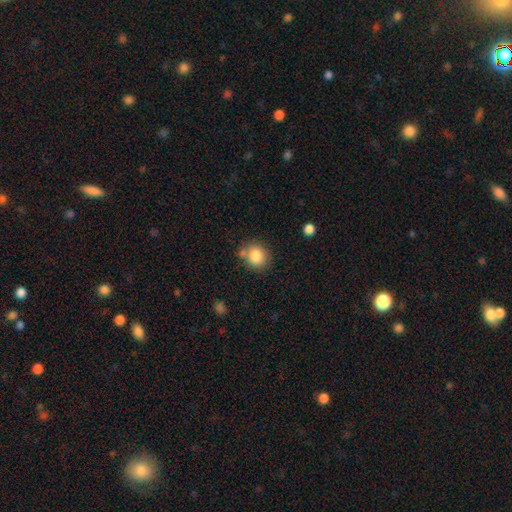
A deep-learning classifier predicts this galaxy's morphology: Overall: smooth (84%). How rounded: round (76%). Merging: none (72%).